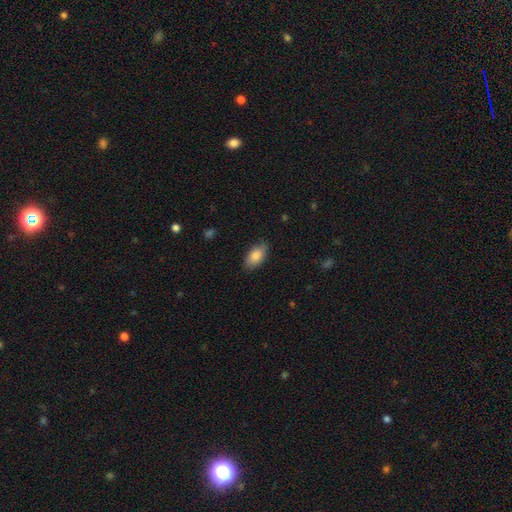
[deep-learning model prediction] smooth_or_featured: smooth (p=0.85) [alt: featured or disk p=0.08]
how_rounded: in between (p=0.92) [alt: round p=0.04]
merging: none (p=0.83) [alt: minor disturbance p=0.13]